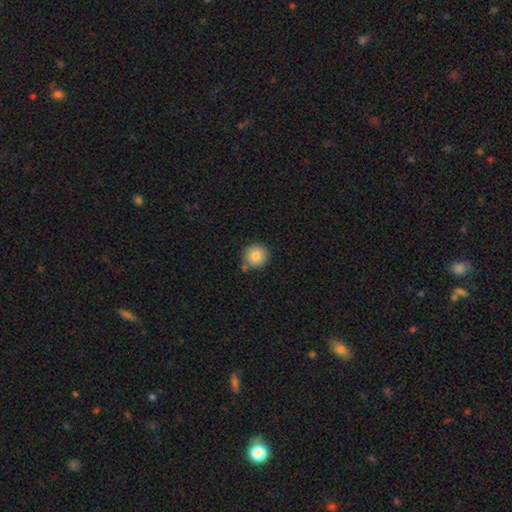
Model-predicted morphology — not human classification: This appears to be a smooth galaxy with no disk features (83%) that is round (94%). Merging: none (77%).